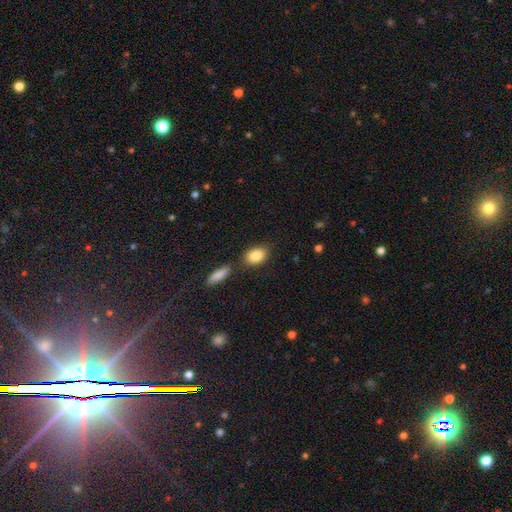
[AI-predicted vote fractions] A smooth galaxy with no disk features (87%) that is in between round and cigar-shaped (85%).

Vote fractions:
- Smooth or featured? smooth: 87% / star or artifact: 7% / featured or disk: 7%
- How rounded? in between: 85% / round: 13% / cigar-shaped: 3%
- Merging? none: 71% / merger: 14% / minor disturbance: 11% / major disturbance: 3%